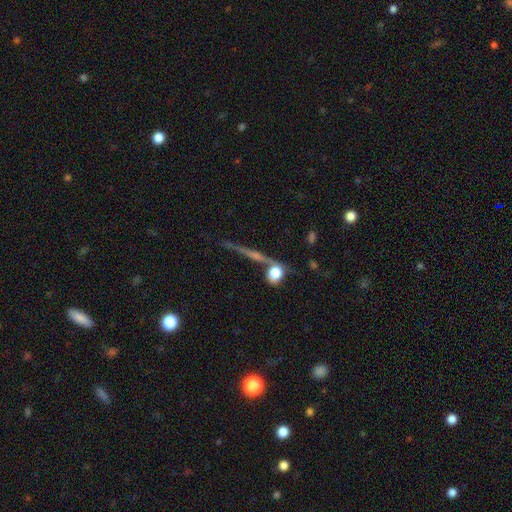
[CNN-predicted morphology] Smooth or featured? Predicted: featured or disk (p=0.61). Edge-on disk? Predicted: yes (p=0.91). Edge-on bulge? Predicted: rounded (p=0.54). Merging? Predicted: none (p=0.74).